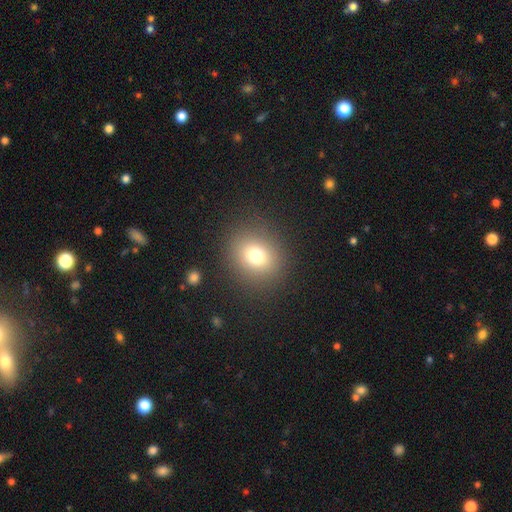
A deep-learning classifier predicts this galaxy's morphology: Q: Smooth or featured?
A: smooth (74%); runner-up: star or artifact (15%)
Q: How rounded?
A: round (76%); runner-up: in between (23%)
Q: Merging?
A: none (87%); runner-up: minor disturbance (7%)